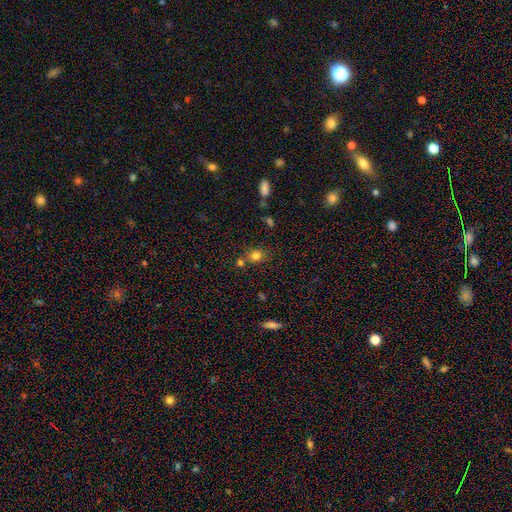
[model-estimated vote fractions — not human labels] This is likely a smooth galaxy (79%). How rounded: likely round (69%). Merging: likely none (64%).